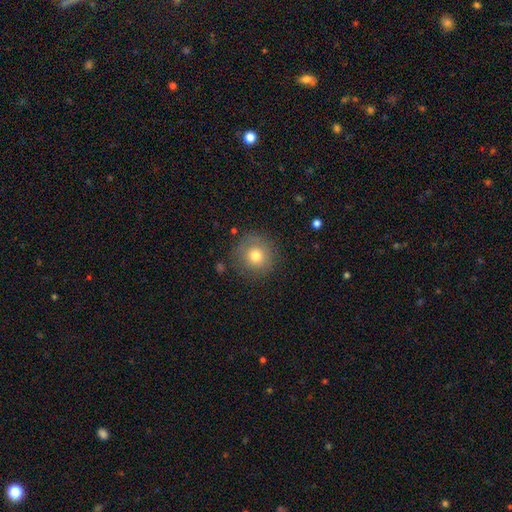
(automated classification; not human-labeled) Overall: smooth (75%). How rounded: round (94%). Merging: none (83%).